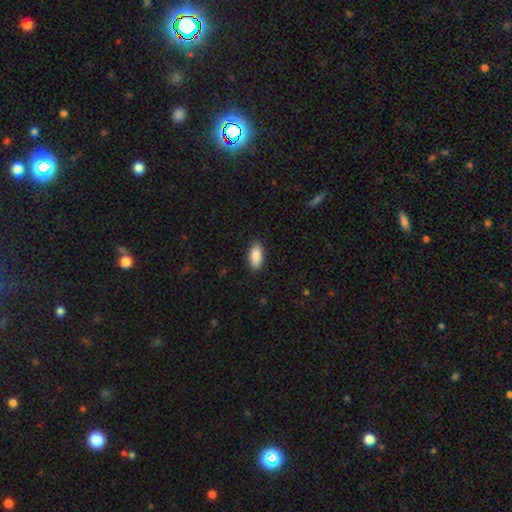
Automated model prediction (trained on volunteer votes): Morphology: type=smooth (89%); roundness=in between (88%); merging=none (88%).